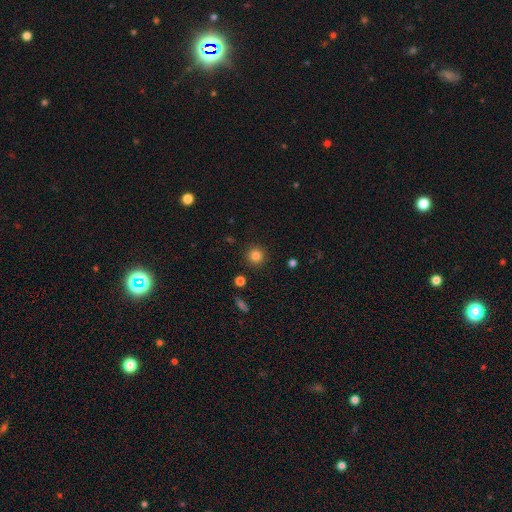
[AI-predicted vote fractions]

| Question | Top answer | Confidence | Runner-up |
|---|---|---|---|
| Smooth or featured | smooth | 83% | star or artifact (12%) |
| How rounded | round | 95% | in between (4%) |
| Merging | none | 91% | minor disturbance (5%) |